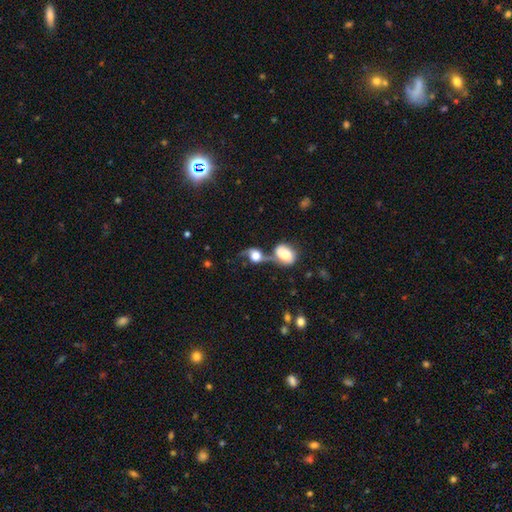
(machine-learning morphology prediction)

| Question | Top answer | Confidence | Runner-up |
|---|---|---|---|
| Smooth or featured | featured or disk | 56% | smooth (34%) |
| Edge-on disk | no | 90% | yes (10%) |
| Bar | no | 68% | weak (24%) |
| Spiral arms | yes | 85% | no (15%) |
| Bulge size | large | 48% | moderate (24%) |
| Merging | merger | 45% | none (30%) |